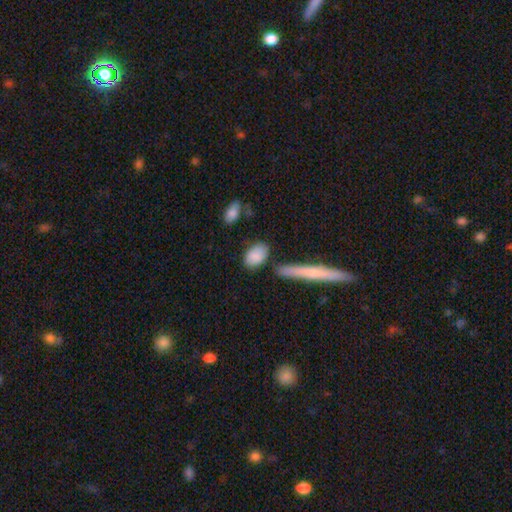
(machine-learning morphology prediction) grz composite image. It shows a smooth galaxy with no disk features (86%) that is in between round and cigar-shaped (84%). Merging: none (72%).